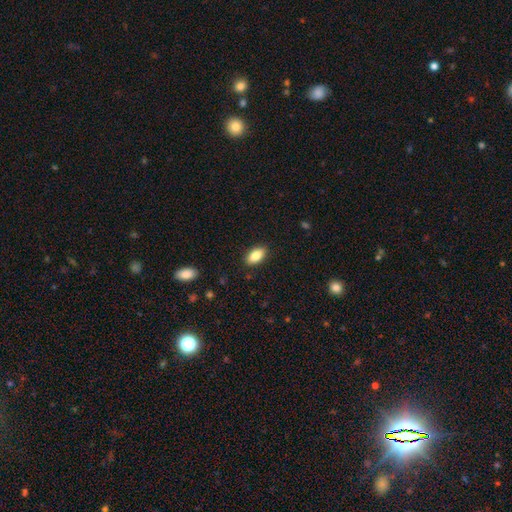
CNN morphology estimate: The model was most divided on "smooth or featured": smooth: 85%, featured or disk: 8%, star or artifact: 7%. More confident: how rounded — in between (91%); merging — none (88%).